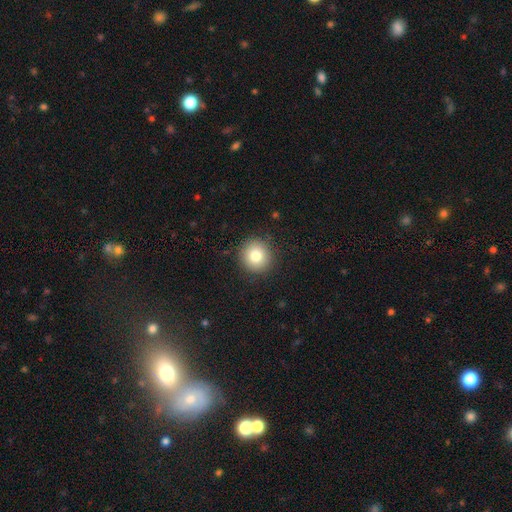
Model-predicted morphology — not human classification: type=smooth (80%); roundness=round (93%); merging=none (91%).